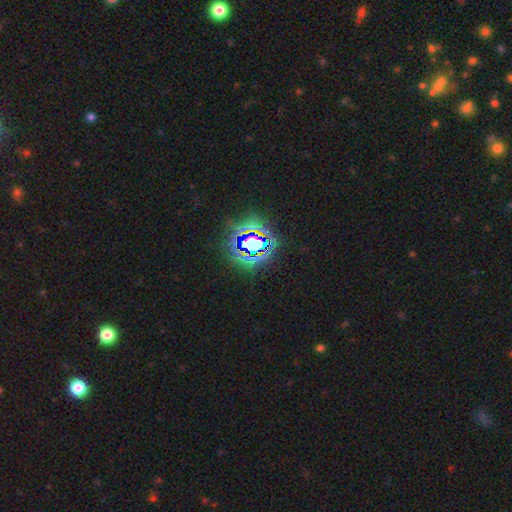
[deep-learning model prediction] Overall: star or artifact (82%).